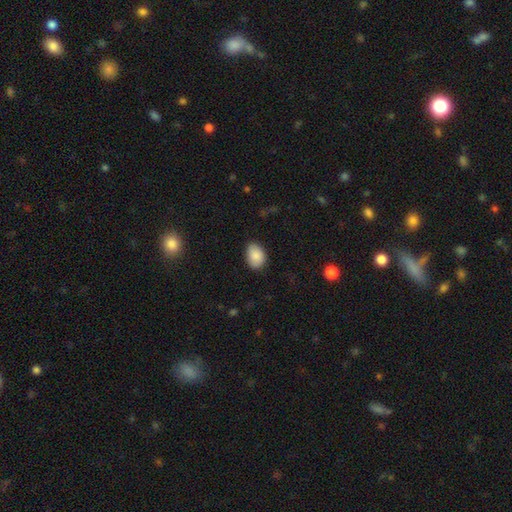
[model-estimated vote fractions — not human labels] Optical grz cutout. It shows a smooth galaxy with no disk features (88%) that is in between round and cigar-shaped (82%). Merging: none (82%).